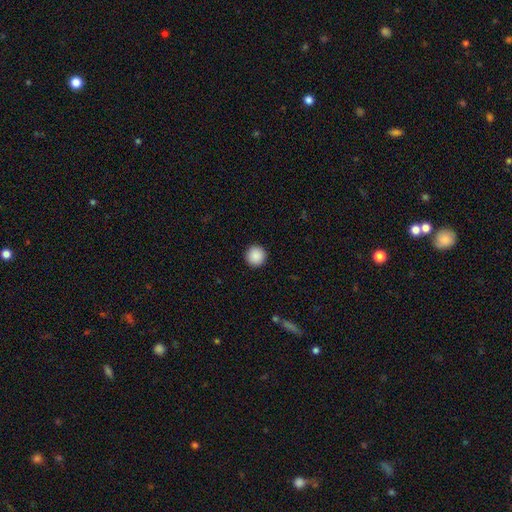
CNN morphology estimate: Smooth or featured? smooth (89%)
How rounded? round (96%)
Merging? none (93%)